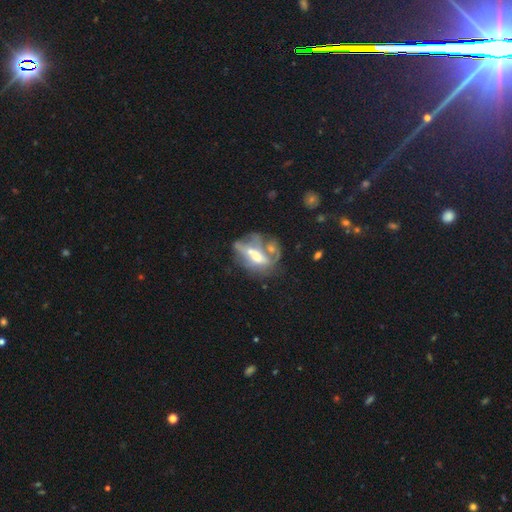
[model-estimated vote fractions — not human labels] smooth_or_featured: featured or disk (p=0.60) [alt: smooth p=0.30]
disk_edge_on: no (p=0.83) [alt: yes p=0.17]
merging: merger (p=0.36) [alt: major disturbance p=0.26]